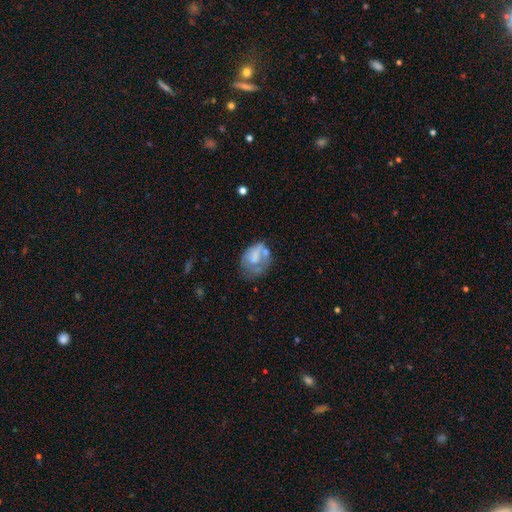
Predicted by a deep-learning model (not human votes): Smooth or featured? Predicted: smooth (p=0.49). Merging? Predicted: none (p=0.31).